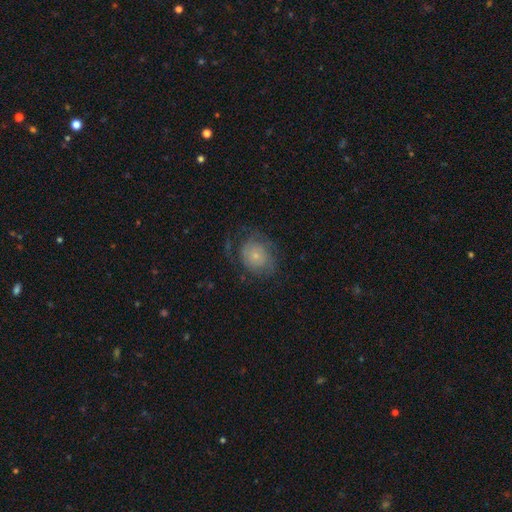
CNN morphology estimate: Smooth or featured: featured or disk — 50% (smooth — 41%)
Edge-on disk: no — 97% (yes — 3%)
Merging: none — 59% (minor disturbance — 21%)